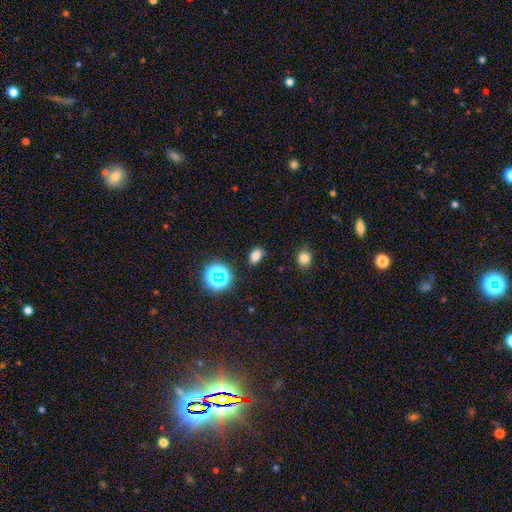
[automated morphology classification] Smooth or featured: smooth — 75% (star or artifact — 20%)
How rounded: in between — 81% (round — 17%)
Merging: none — 84% (minor disturbance — 11%)